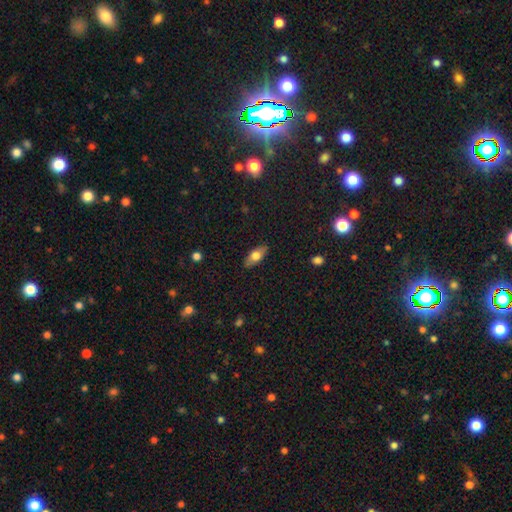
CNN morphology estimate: Smooth or featured: smooth — 66% (featured or disk — 27%)
How rounded: in between — 82% (cigar-shaped — 14%)
Merging: none — 86% (minor disturbance — 11%)